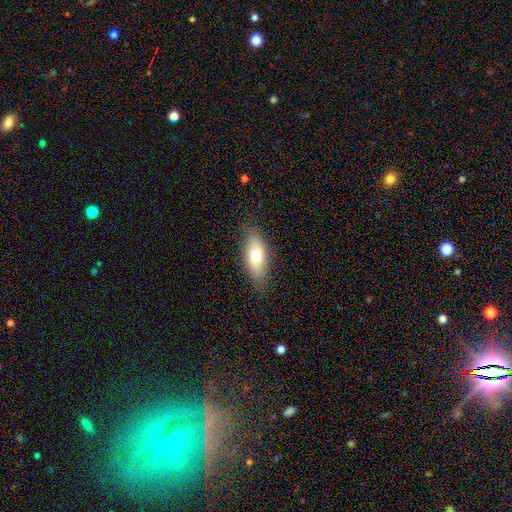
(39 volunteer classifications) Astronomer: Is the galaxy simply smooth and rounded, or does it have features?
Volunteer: smooth — 79%.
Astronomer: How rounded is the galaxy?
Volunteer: in between — 81%.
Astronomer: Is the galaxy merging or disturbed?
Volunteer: none — 81%.